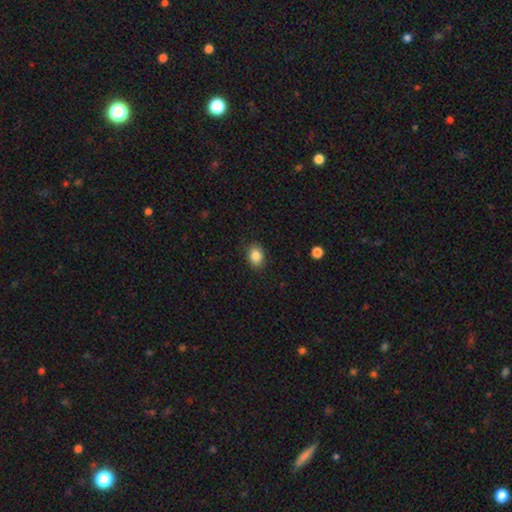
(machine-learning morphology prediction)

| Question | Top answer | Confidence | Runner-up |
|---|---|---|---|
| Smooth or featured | smooth | 86% | star or artifact (9%) |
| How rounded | in between | 68% | round (31%) |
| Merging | none | 87% | minor disturbance (10%) |